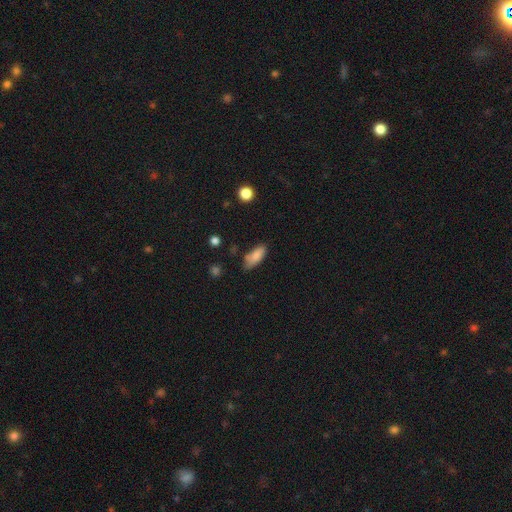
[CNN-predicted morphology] This appears to be a smooth galaxy with no disk features (84%) that is in between round and cigar-shaped (76%). Merging: none (70%).